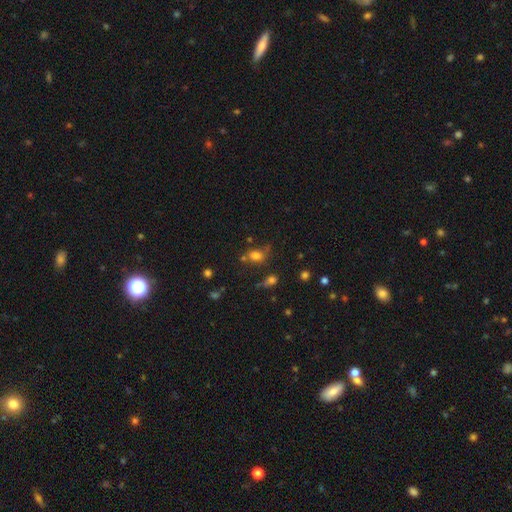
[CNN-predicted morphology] The model was most divided on "how rounded": in between: 57%, round: 41%, cigar-shaped: 2%. More confident: smooth or featured — smooth (73%); merging — none (55%).